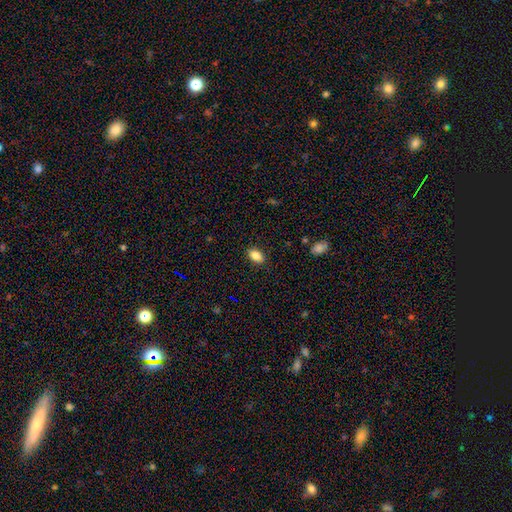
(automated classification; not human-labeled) Overall: smooth (85%). How rounded: in between (89%). Merging: none (88%).